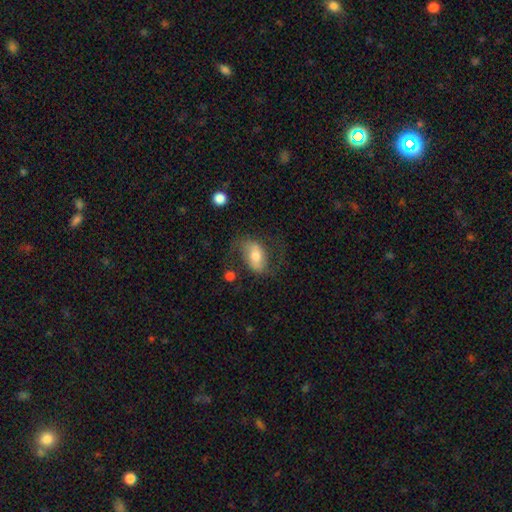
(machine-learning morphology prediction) Q: Smooth or featured?
A: featured or disk (50%); runner-up: smooth (42%)
Q: Edge-on disk?
A: no (93%); runner-up: yes (7%)
Q: Merging?
A: none (61%); runner-up: minor disturbance (20%)